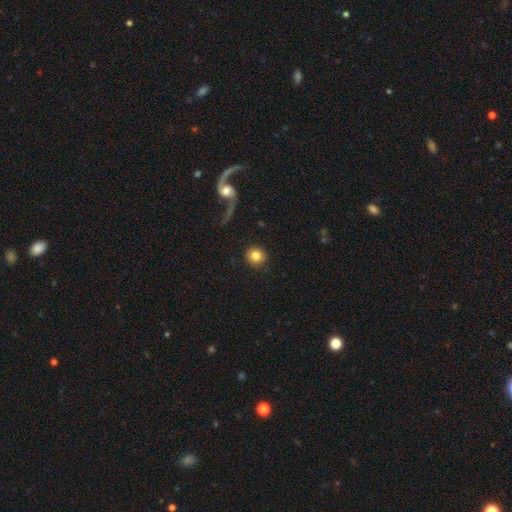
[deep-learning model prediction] smooth-or-featured: smooth: 83% | featured or disk: 9% | star or artifact: 8%
  how-rounded: round: 93% | in between: 6% | cigar-shaped: 1%
  merging: none: 89% | minor disturbance: 6% | major disturbance: 3% | merger: 2%